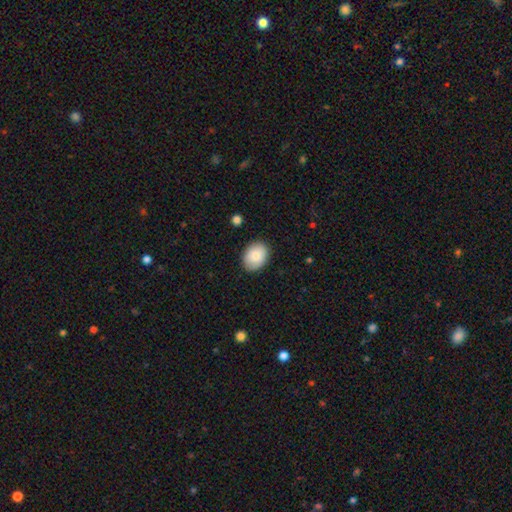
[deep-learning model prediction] This is clearly a smooth galaxy (85%). How rounded: likely in between (73%). Merging: clearly none (87%).